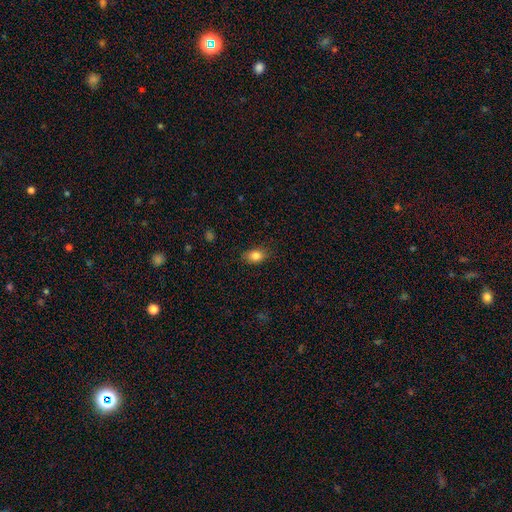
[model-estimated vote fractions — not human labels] smooth 84%, star or artifact 9%, featured or disk 7%. Down the decision tree: how rounded — in between (79%); merging — none (84%).